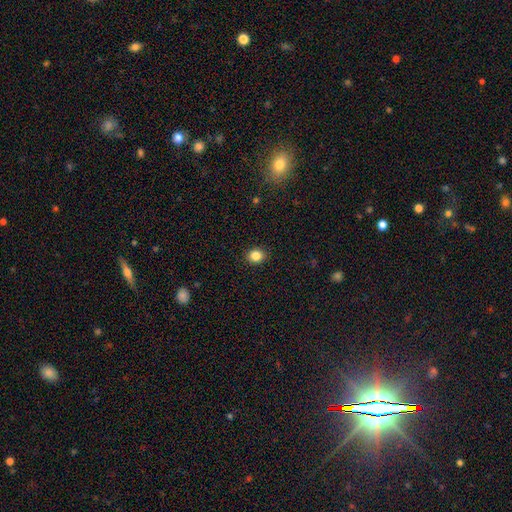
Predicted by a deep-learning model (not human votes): Smooth or featured?
  - smooth: 85% *
  - star or artifact: 11%
  - featured or disk: 5%
How rounded?
  - round: 71% *
  - in between: 29%
  - cigar-shaped: 1%
Merging?
  - none: 91% *
  - minor disturbance: 6%
  - major disturbance: 2%
  - merger: 1%